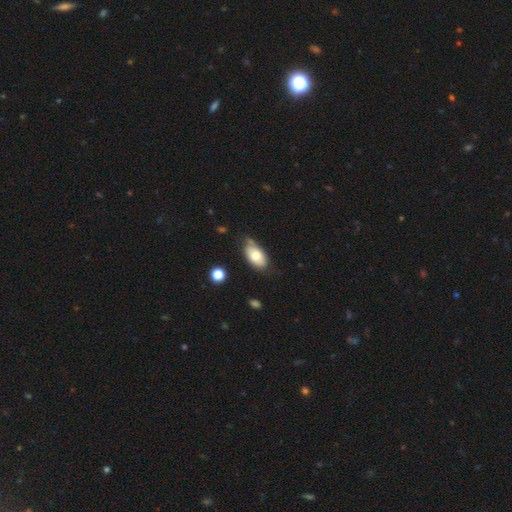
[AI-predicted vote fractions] Smooth or featured: smooth — 74% (featured or disk — 19%)
How rounded: in between — 93% (round — 4%)
Merging: none — 61% (minor disturbance — 28%)